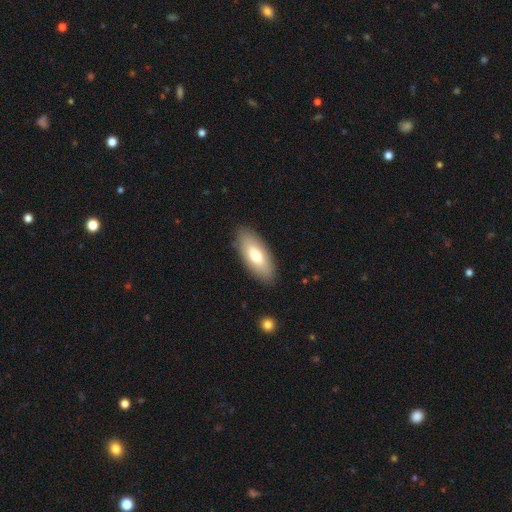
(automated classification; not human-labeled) smooth_or_featured: smooth (p=0.71) [alt: featured or disk p=0.23]
how_rounded: in between (p=0.84) [alt: cigar-shaped p=0.14]
merging: none (p=0.87) [alt: minor disturbance p=0.09]